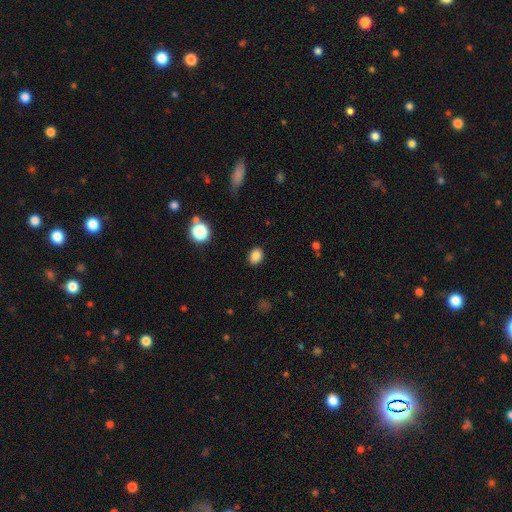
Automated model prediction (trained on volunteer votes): smooth 86%, star or artifact 11%, featured or disk 4%. Down the decision tree: how rounded — in between (56%); merging — none (89%).